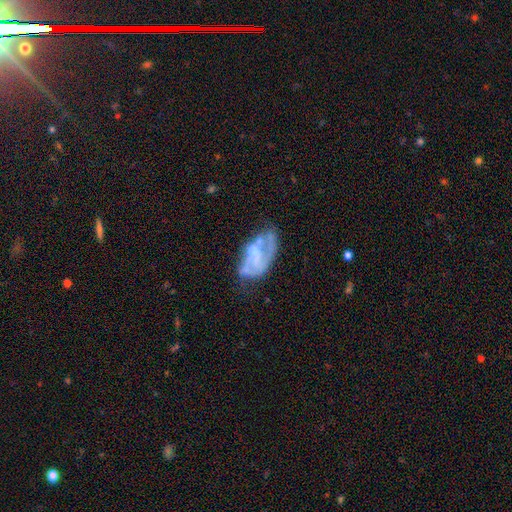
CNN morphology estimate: smooth_or_featured: featured or disk (p=0.65) [alt: smooth p=0.26]
disk_edge_on: no (p=0.96) [alt: yes p=0.04]
bar: no (p=0.63) [alt: weak p=0.26]
has_spiral_arms: yes (p=0.52) [alt: no p=0.48]
bulge_size: none (p=0.59) [alt: small p=0.20]
merging: none (p=0.36) [alt: major disturbance p=0.29]